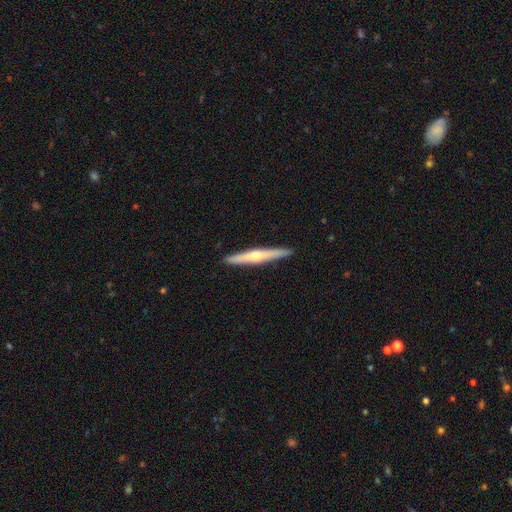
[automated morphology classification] Smooth or featured: featured or disk — 62% (smooth — 33%)
Edge-on disk: yes — 97% (no — 3%)
Edge-on bulge: rounded — 86% (none — 10%)
Merging: none — 92% (minor disturbance — 6%)